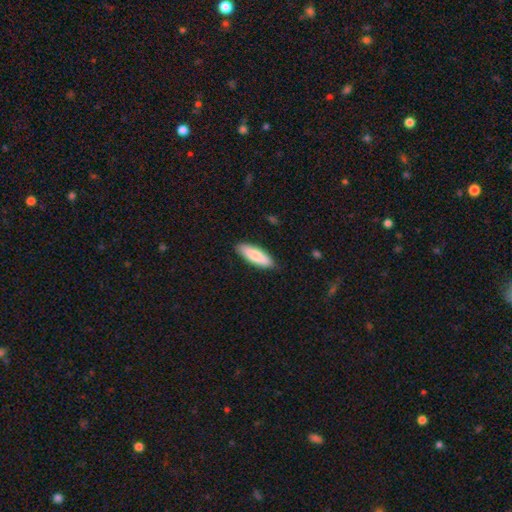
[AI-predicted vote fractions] This is clearly a smooth galaxy (84%). How rounded: possibly in between (53%). Merging: clearly none (87%).